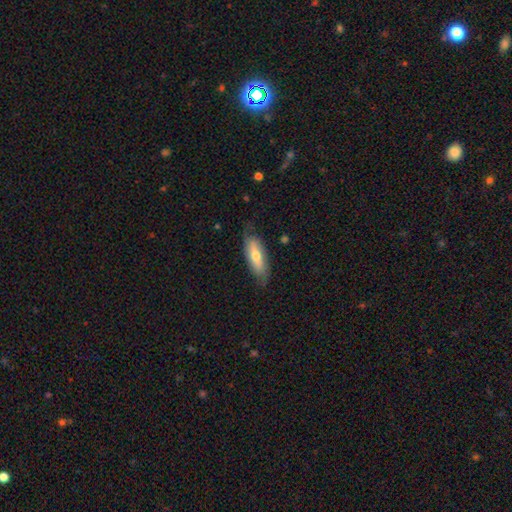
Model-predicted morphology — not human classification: smooth-or-featured: smooth: 54% | featured or disk: 40% | star or artifact: 6%
  how-rounded: in between: 61% | cigar-shaped: 36% | round: 2%
  merging: none: 72% | minor disturbance: 21% | major disturbance: 5% | merger: 1%